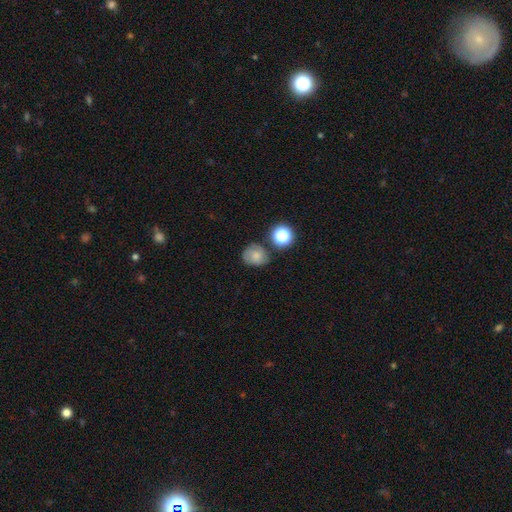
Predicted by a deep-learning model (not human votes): Smooth or featured? Predicted: smooth (p=0.67). How rounded? Predicted: round (p=0.64). Merging? Predicted: none (p=0.64).